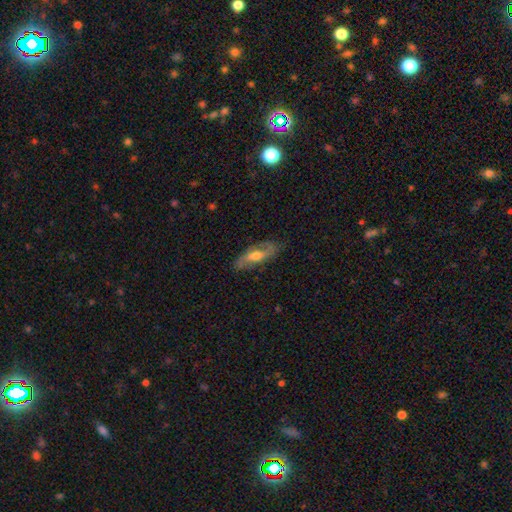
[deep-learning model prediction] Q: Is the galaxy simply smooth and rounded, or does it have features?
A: featured or disk — 62%.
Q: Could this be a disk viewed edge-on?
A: no — 76%.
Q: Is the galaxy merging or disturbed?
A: none — 74%.